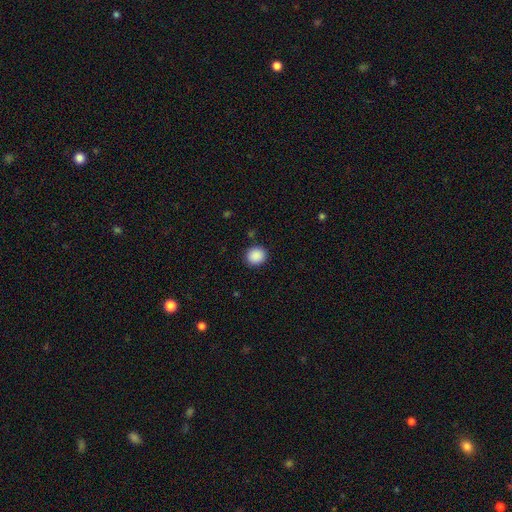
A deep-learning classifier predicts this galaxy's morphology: Smooth or featured: smooth — 90% (star or artifact — 8%)
How rounded: round — 82% (in between — 17%)
Merging: none — 89% (minor disturbance — 7%)